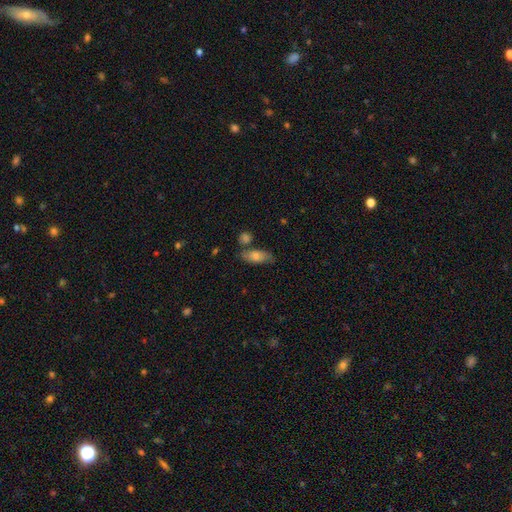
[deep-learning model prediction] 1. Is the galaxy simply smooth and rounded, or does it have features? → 72% smooth, 20% featured or disk, 7% star or artifact.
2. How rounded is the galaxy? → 84% in between, 12% cigar-shaped, 4% round.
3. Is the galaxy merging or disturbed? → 60% none, 20% minor disturbance, 14% merger, 6% major disturbance.